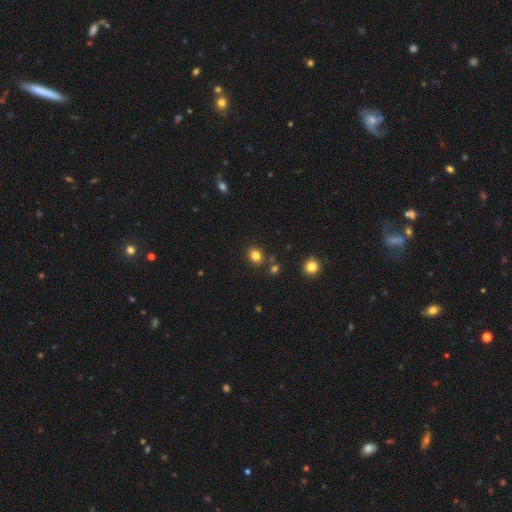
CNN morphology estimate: Smooth or featured? smooth (82%)
How rounded? round (66%)
Merging? none (81%)